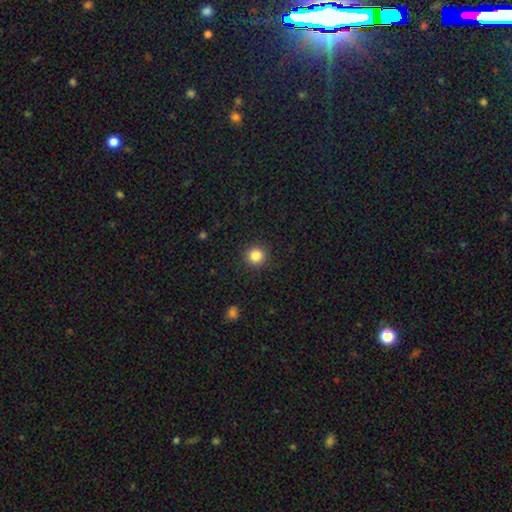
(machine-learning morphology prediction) smooth-or-featured: smooth: 85% | star or artifact: 11% | featured or disk: 4%
  how-rounded: round: 95% | in between: 4% | cigar-shaped: 1%
  merging: none: 91% | minor disturbance: 5% | major disturbance: 2% | merger: 1%